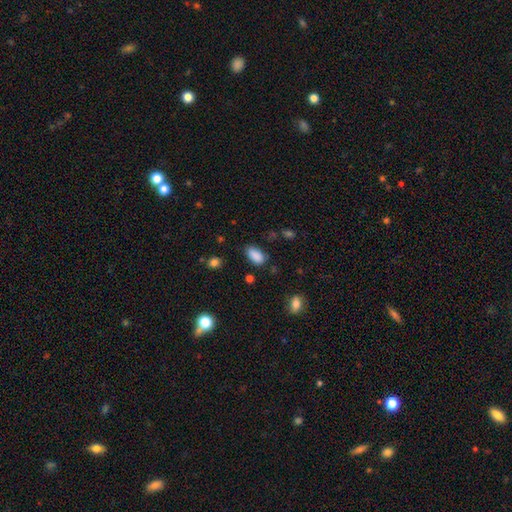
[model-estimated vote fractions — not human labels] Overall: smooth (87%). How rounded: in between (93%). Merging: none (76%).